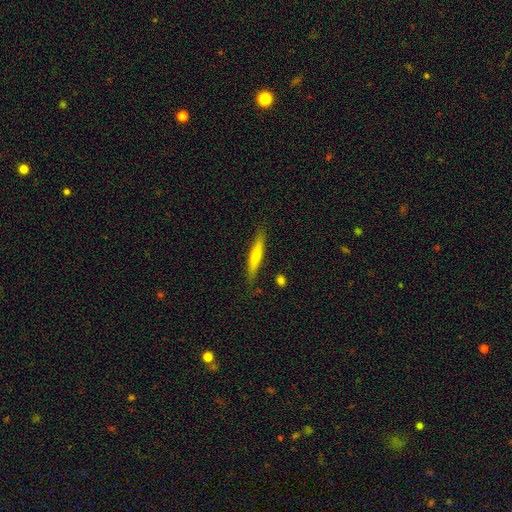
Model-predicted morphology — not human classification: Overall: smooth (52%; featured or disk 42%). How rounded: cigar-shaped (91%). Merging: none (85%).